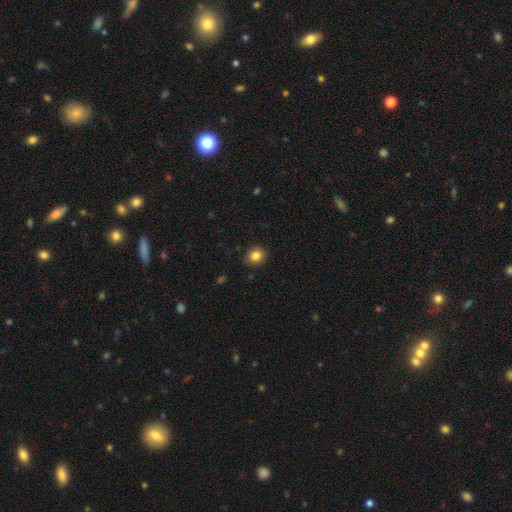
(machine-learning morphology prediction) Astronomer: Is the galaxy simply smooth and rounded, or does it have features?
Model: smooth — 84%.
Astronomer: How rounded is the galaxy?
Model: round — 78%.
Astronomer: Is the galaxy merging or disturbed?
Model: none — 90%.